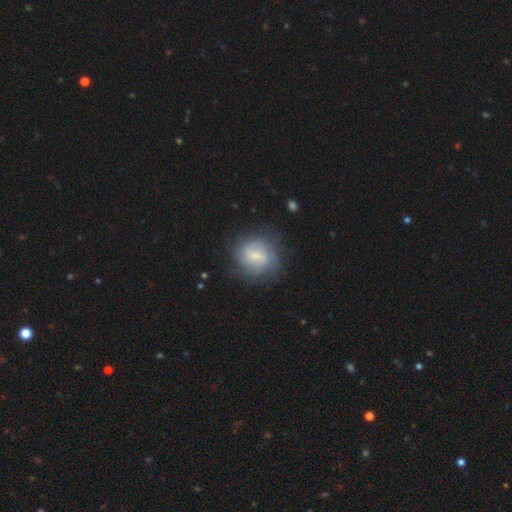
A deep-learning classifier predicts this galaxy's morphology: A smooth galaxy with no disk features (53%) that is round (83%). Merging: none (71%).